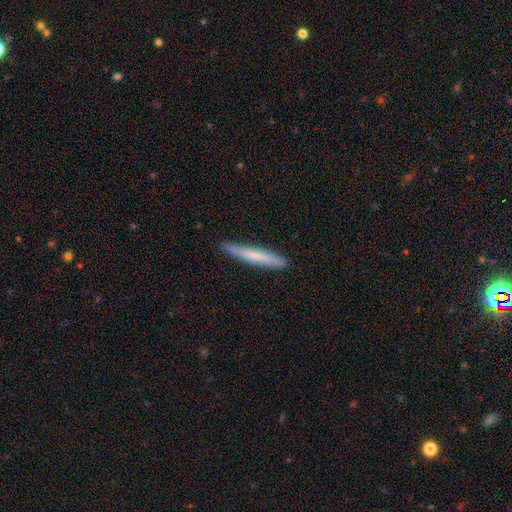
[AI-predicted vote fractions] Smooth or featured?
  - smooth: 68% *
  - featured or disk: 27%
  - star or artifact: 6%
How rounded?
  - cigar-shaped: 96% *
  - in between: 3%
  - round: 1%
Merging?
  - none: 87% *
  - minor disturbance: 10%
  - major disturbance: 2%
  - merger: 1%